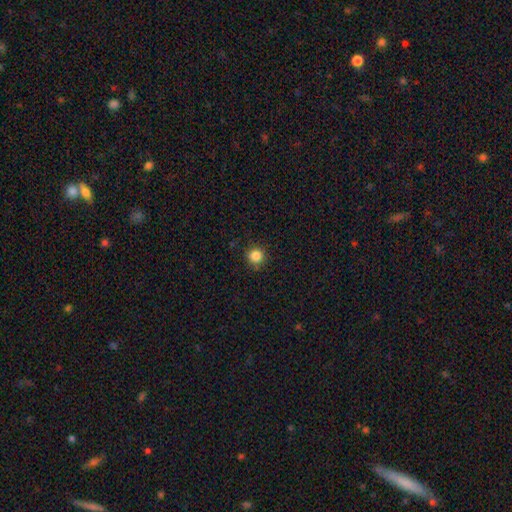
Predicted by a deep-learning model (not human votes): smooth 85%, star or artifact 11%, featured or disk 3%. Down the decision tree: how rounded — round (94%); merging — none (88%).